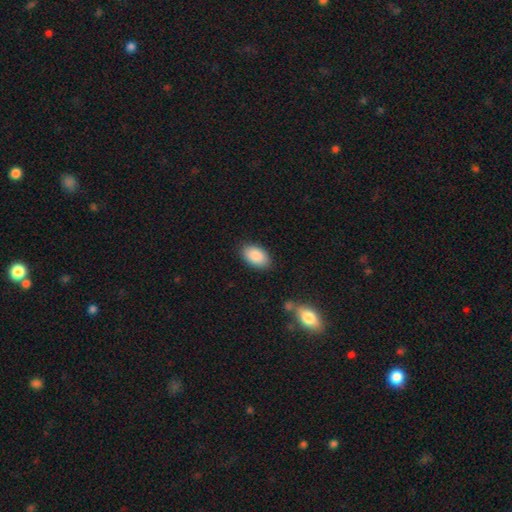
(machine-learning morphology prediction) Overall: smooth (89%). How rounded: in between (93%). Merging: none (86%).